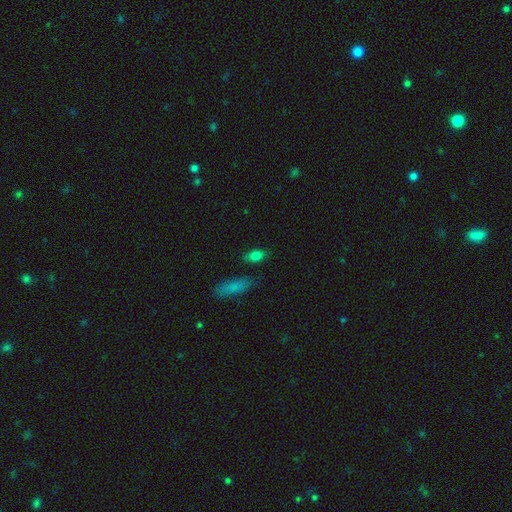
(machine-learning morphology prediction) A smooth galaxy with no disk features (80%) that is in between round and cigar-shaped (83%).

Vote fractions:
- Smooth or featured? smooth: 80% / featured or disk: 10% / star or artifact: 10%
- How rounded? in between: 83% / cigar-shaped: 10% / round: 8%
- Merging? none: 80% / minor disturbance: 13% / merger: 4% / major disturbance: 3%